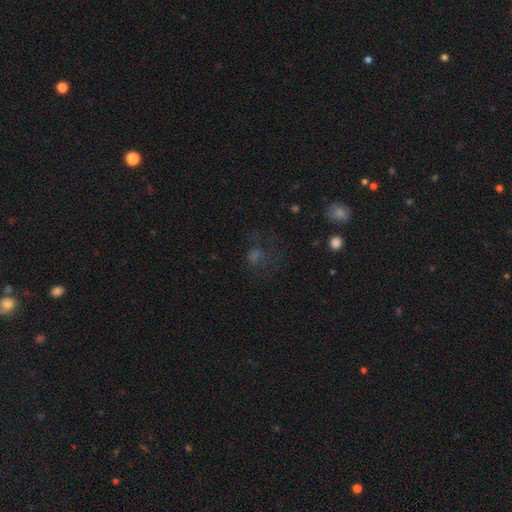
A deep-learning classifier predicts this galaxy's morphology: Overall: smooth (44%; star or artifact 35%). Merging: none (50%; major disturbance 28%).